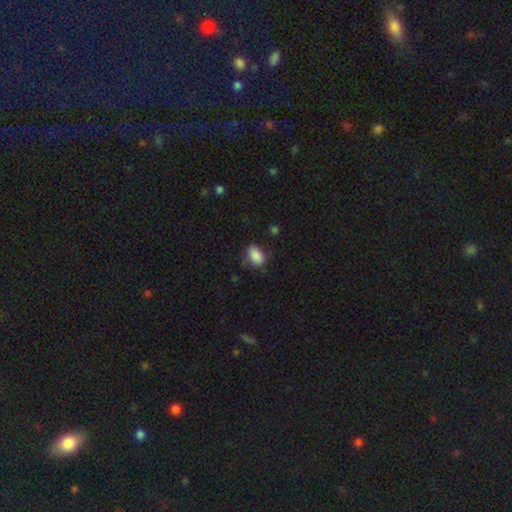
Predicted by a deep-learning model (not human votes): The model was most divided on "merging": none: 71%, minor disturbance: 22%, major disturbance: 5%, merger: 2%. More confident: smooth or featured — smooth (87%); how rounded — in between (84%).